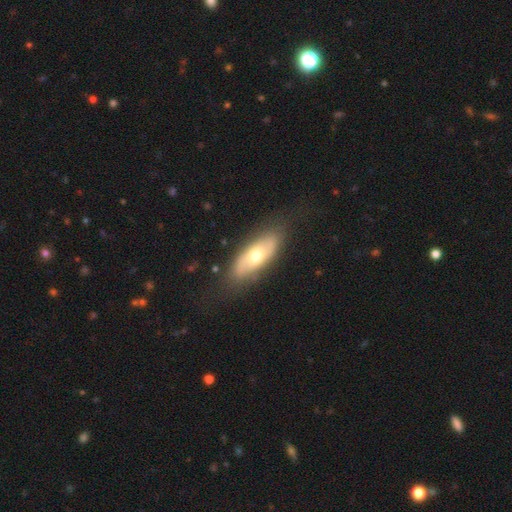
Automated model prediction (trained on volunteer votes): smooth_or_featured: smooth (p=0.51) [alt: featured or disk p=0.44]
how_rounded: in between (p=0.76) [alt: cigar-shaped p=0.21]
merging: none (p=0.78) [alt: minor disturbance p=0.16]